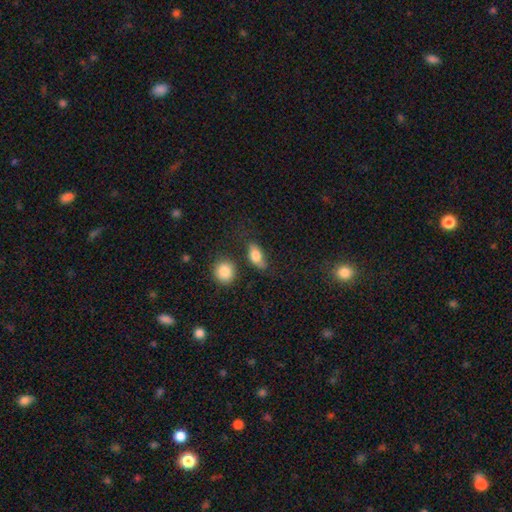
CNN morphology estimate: smooth 77%, featured or disk 15%, star or artifact 8%. Down the decision tree: how rounded — in between (79%); merging — none (67%).